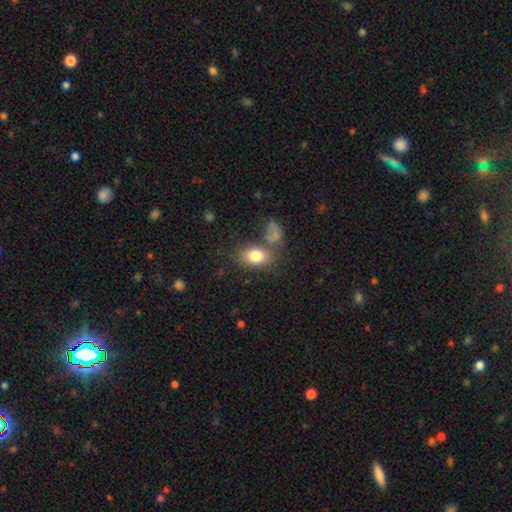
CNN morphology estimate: A smooth galaxy with no disk features (80%) that is in between round and cigar-shaped (79%). Merging: none (57%).